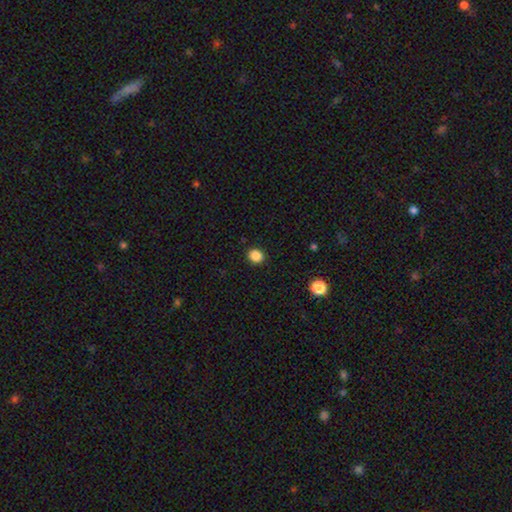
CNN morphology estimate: The model was most divided on "how rounded": round: 79%, in between: 20%, cigar-shaped: 1%. More confident: merging — none (92%); smooth or featured — smooth (86%).